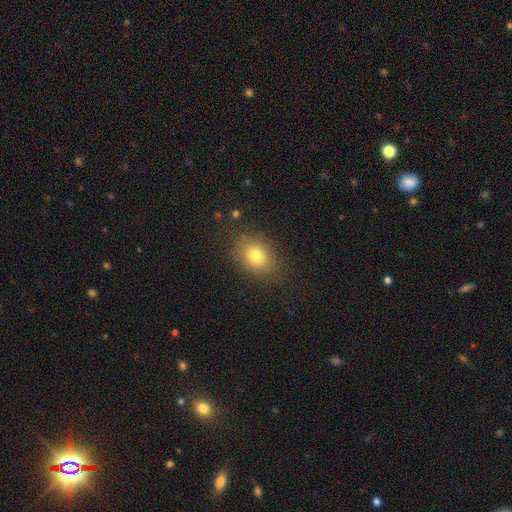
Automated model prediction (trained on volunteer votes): Q: Smooth or featured?
A: smooth (78%); runner-up: star or artifact (12%)
Q: How rounded?
A: in between (60%); runner-up: round (39%)
Q: Merging?
A: none (82%); runner-up: minor disturbance (13%)